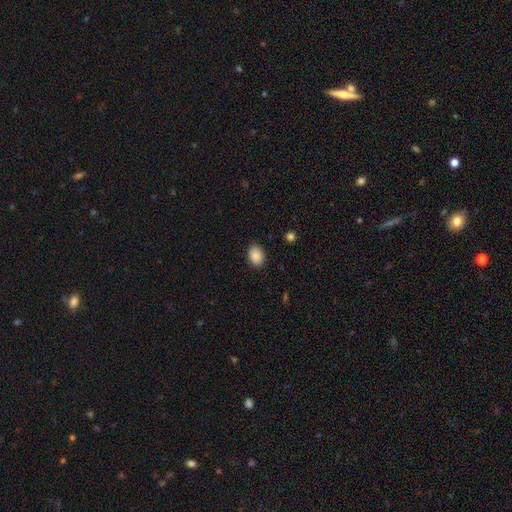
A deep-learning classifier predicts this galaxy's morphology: smooth 88%, star or artifact 8%, featured or disk 4%. Down the decision tree: how rounded — in between (66%); merging — none (88%).